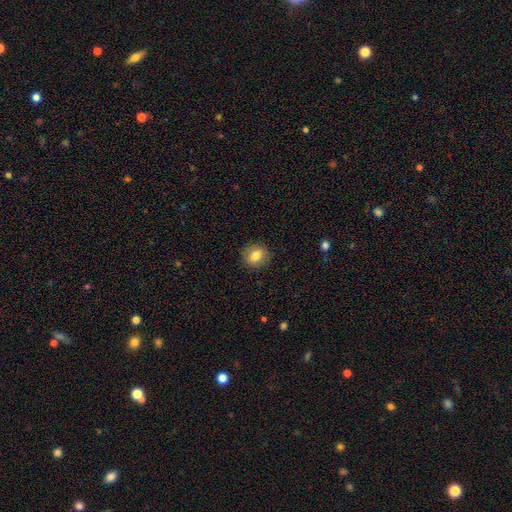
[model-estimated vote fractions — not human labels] Overall: smooth (79%). How rounded: round (71%). Merging: none (88%).